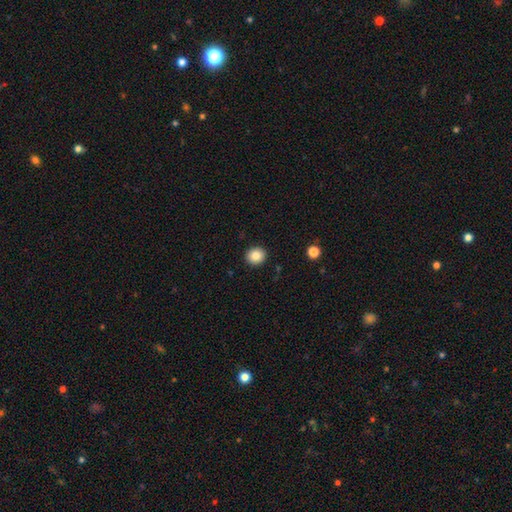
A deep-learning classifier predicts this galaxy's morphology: smooth-or-featured: smooth: 85% | star or artifact: 9% | featured or disk: 6%
  how-rounded: round: 85% | in between: 15% | cigar-shaped: 1%
  merging: none: 92% | minor disturbance: 5% | major disturbance: 2% | merger: 1%